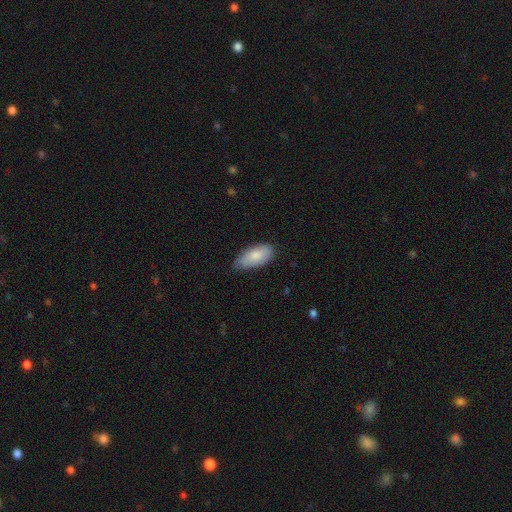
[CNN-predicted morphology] type=smooth (82%); roundness=in between (90%); merging=none (64%).